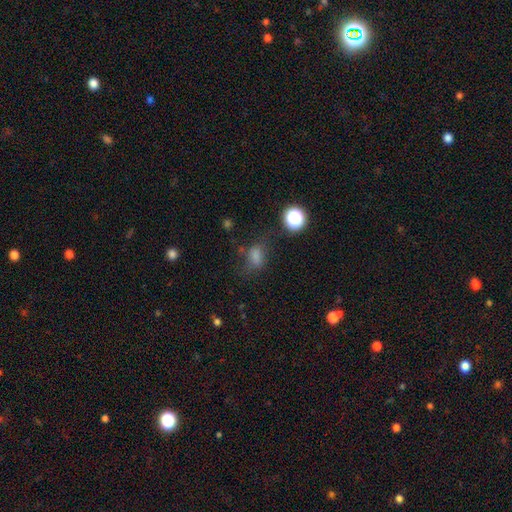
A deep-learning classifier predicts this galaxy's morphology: Overall: smooth (66%). How rounded: in between (67%; round 29%). Merging: none (56%; minor disturbance 23%).